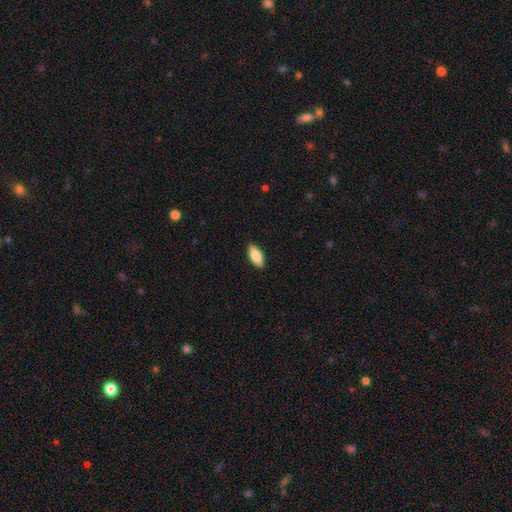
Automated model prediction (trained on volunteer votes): Smooth or featured? smooth (78%)
How rounded? in between (79%)
Merging? none (89%)